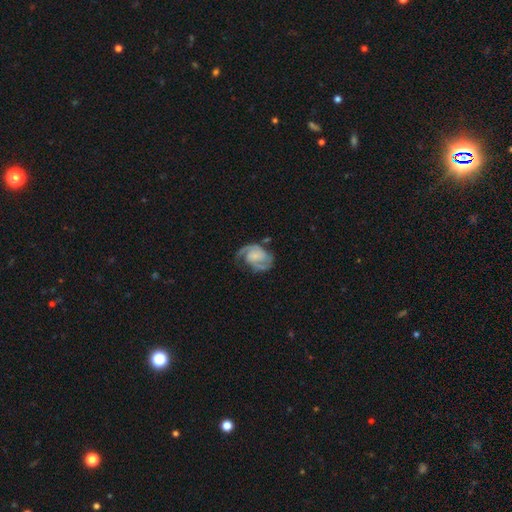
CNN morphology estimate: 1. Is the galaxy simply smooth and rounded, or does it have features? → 81% featured or disk, 13% smooth, 6% star or artifact.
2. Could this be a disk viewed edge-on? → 98% no, 2% yes.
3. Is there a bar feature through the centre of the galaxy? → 58% no, 33% weak, 8% strong.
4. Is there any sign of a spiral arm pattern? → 95% yes, 5% no.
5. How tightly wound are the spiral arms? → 49% medium, 32% tight, 19% loose.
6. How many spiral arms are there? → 82% 2, 6% 1, 5% can't tell, 4% 3, 1% 4, 1% more than 4.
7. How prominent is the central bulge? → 38% none, 37% small, 17% moderate, 7% large, 2% dominant.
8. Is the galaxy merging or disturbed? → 60% none, 22% minor disturbance, 15% major disturbance, 3% merger.